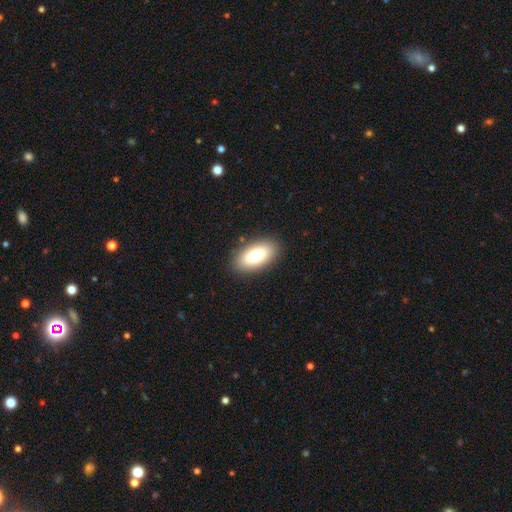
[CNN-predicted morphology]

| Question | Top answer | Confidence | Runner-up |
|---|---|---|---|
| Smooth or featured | smooth | 81% | featured or disk (12%) |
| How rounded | in between | 92% | cigar-shaped (5%) |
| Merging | none | 88% | minor disturbance (8%) |